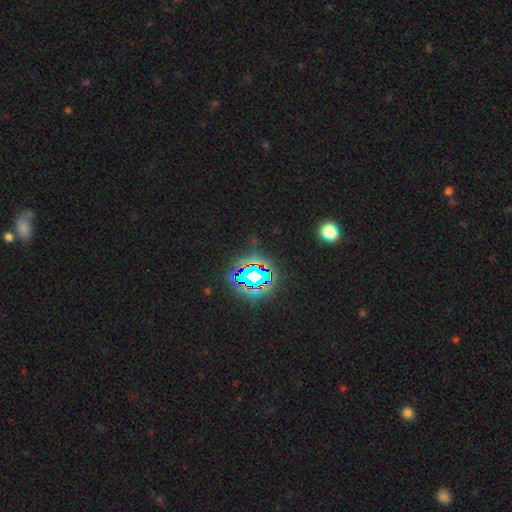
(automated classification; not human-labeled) A star or artifact, not a galaxy (79%).